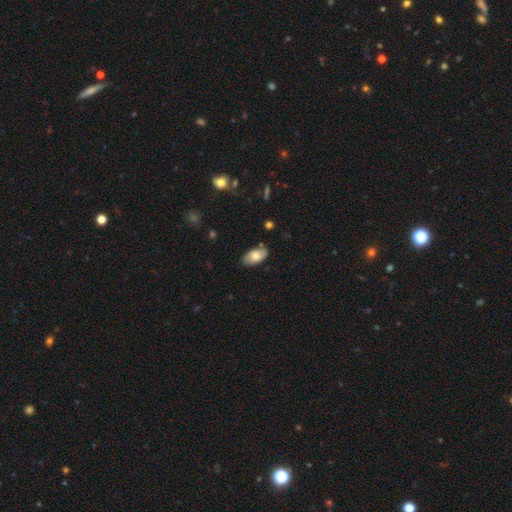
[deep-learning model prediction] Overall: smooth (75%). How rounded: in between (95%). Merging: none (76%).